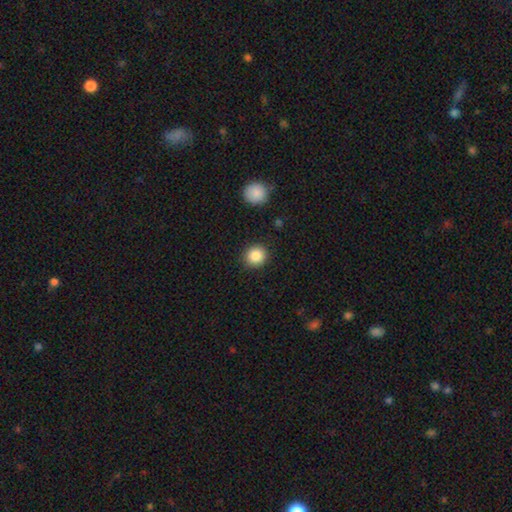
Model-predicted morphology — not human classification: smooth 86%, star or artifact 9%, featured or disk 5%. Down the decision tree: how rounded — round (89%); merging — none (90%).